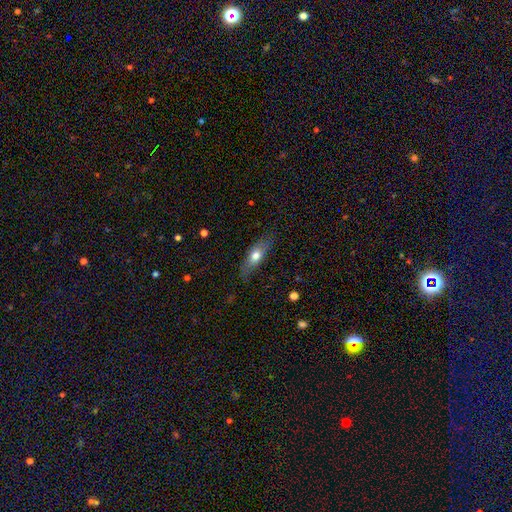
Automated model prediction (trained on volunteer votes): Smooth or featured?
  - smooth: 61% *
  - featured or disk: 32%
  - star or artifact: 6%
How rounded?
  - in between: 56% *
  - cigar-shaped: 40%
  - round: 4%
Merging?
  - none: 80% *
  - minor disturbance: 15%
  - major disturbance: 3%
  - merger: 1%